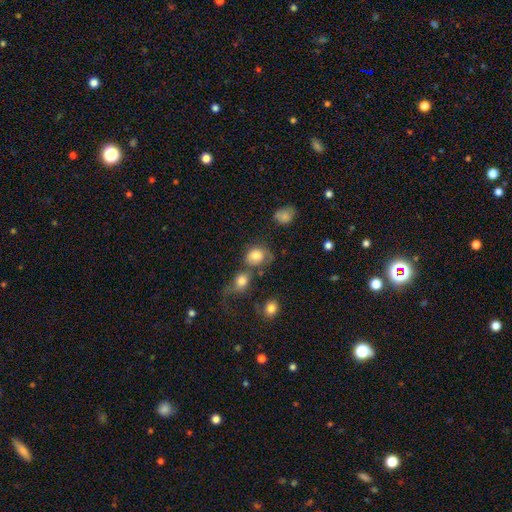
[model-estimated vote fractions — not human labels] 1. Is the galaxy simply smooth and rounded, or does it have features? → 75% smooth, 15% featured or disk, 10% star or artifact.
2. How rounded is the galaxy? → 57% round, 41% in between, 1% cigar-shaped.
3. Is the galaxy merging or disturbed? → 36% none, 26% merger, 20% minor disturbance, 17% major disturbance.